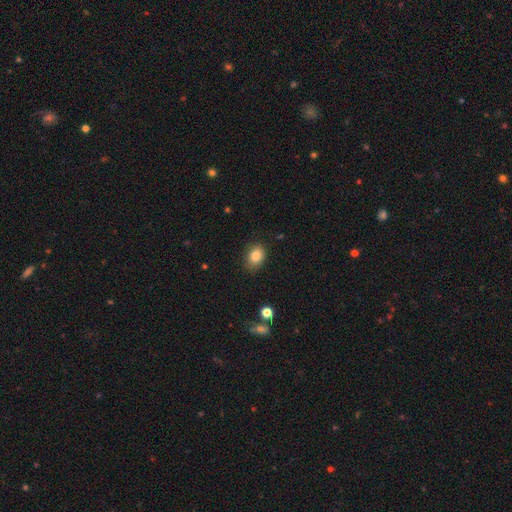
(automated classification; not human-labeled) This appears to be a smooth galaxy with no disk features (84%) that is in between round and cigar-shaped (69%). Merging: none (82%).